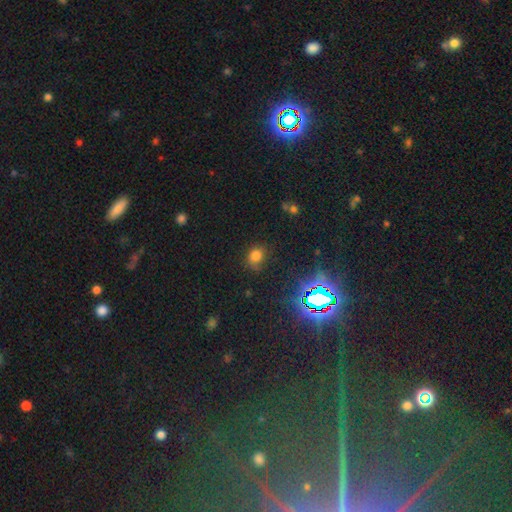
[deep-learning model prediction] Overall: smooth (70%). How rounded: round (61%; in between 38%). Merging: none (70%).